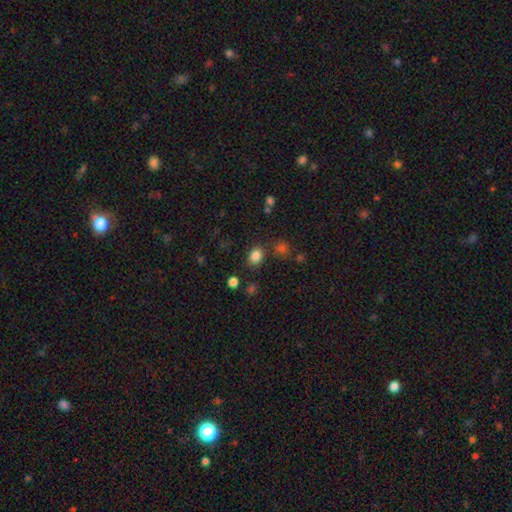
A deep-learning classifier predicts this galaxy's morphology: Smooth or featured? Predicted: smooth (p=0.83). How rounded? Predicted: in between (p=0.61). Merging? Predicted: none (p=0.79).